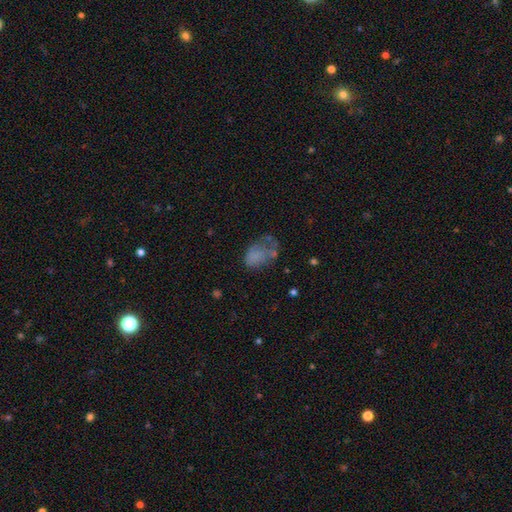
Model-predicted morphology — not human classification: Smooth or featured?
  - smooth: 63% *
  - featured or disk: 25%
  - star or artifact: 12%
How rounded?
  - in between: 82% *
  - round: 16%
  - cigar-shaped: 1%
Merging?
  - major disturbance: 40% *
  - none: 27%
  - minor disturbance: 25%
  - merger: 8%